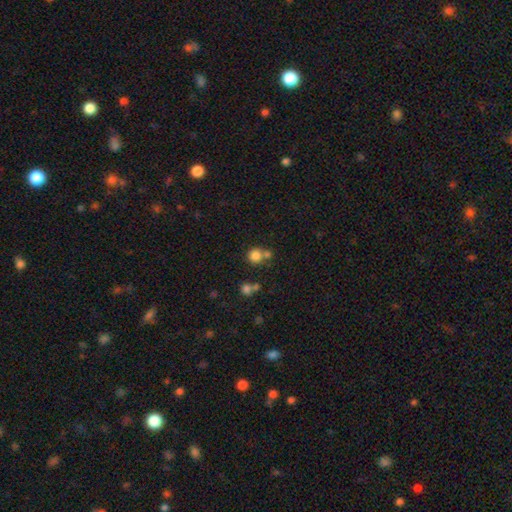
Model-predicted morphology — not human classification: Smooth or featured?
  - smooth: 80% *
  - star or artifact: 13%
  - featured or disk: 7%
How rounded?
  - round: 91% *
  - in between: 8%
  - cigar-shaped: 1%
Merging?
  - none: 58% *
  - merger: 30%
  - minor disturbance: 8%
  - major disturbance: 4%